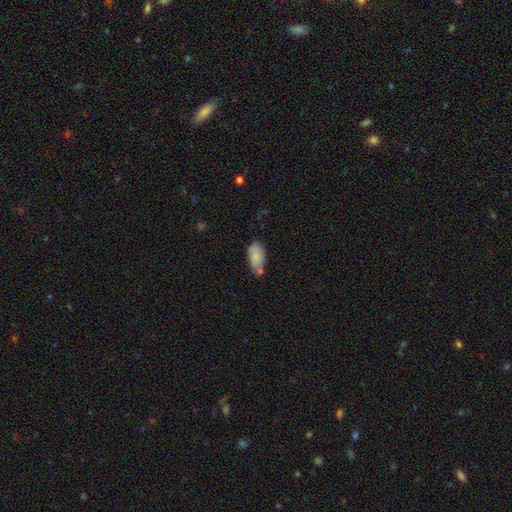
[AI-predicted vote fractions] A smooth galaxy with no disk features (83%) that is in between round and cigar-shaped (92%).

Vote fractions:
- Smooth or featured? smooth: 83% / featured or disk: 10% / star or artifact: 7%
- How rounded? in between: 92% / cigar-shaped: 5% / round: 3%
- Merging? none: 47% / minor disturbance: 28% / merger: 18% / major disturbance: 7%